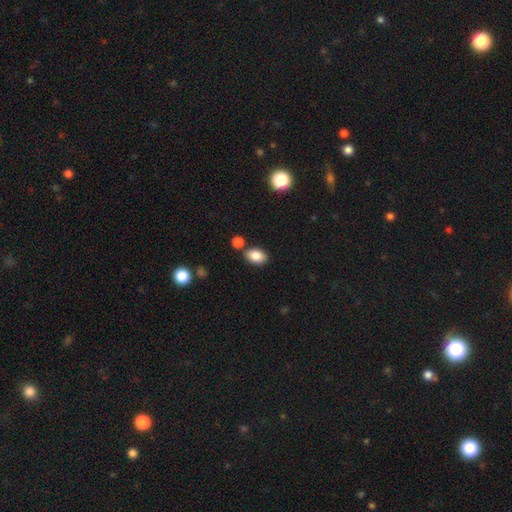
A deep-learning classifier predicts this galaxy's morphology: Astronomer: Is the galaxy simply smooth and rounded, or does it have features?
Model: smooth — 85%.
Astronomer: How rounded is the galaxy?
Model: in between — 84%.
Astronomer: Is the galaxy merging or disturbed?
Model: none — 76%.